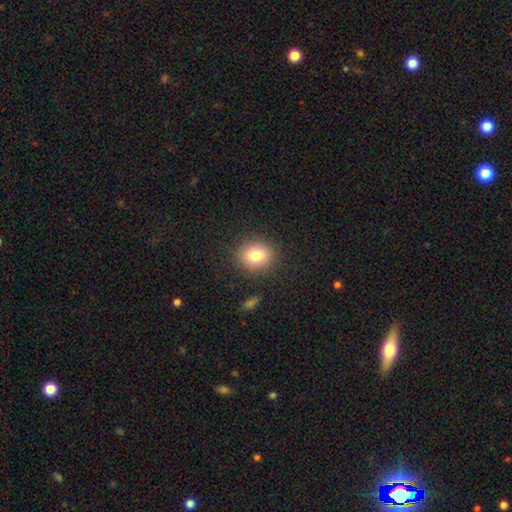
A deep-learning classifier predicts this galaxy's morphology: smooth_or_featured: smooth (p=0.79) [alt: star or artifact p=0.11]
how_rounded: round (p=0.64) [alt: in between p=0.35]
merging: none (p=0.87) [alt: minor disturbance p=0.08]